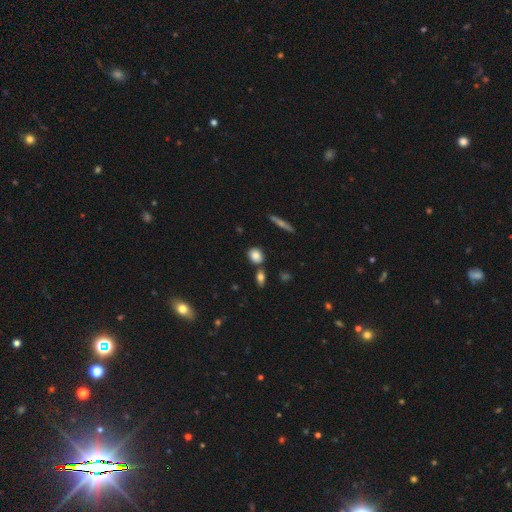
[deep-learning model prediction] Smooth or featured: smooth — 83% (star or artifact — 9%)
How rounded: round — 57% (in between — 39%)
Merging: none — 73% (merger — 13%)